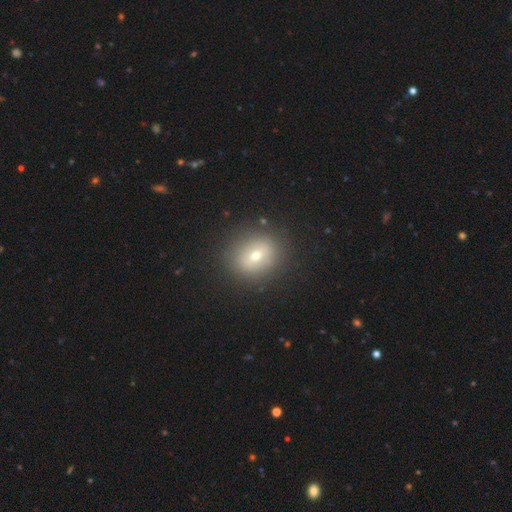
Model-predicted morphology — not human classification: type=smooth (59%); roundness=round (66%); merging=none (87%).